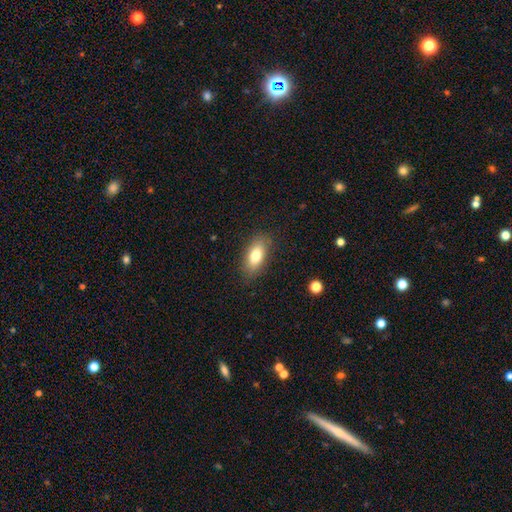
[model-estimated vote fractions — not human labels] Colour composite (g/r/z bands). It shows a smooth galaxy with no disk features (77%) that is in between round and cigar-shaped (85%). Merging: none (84%).